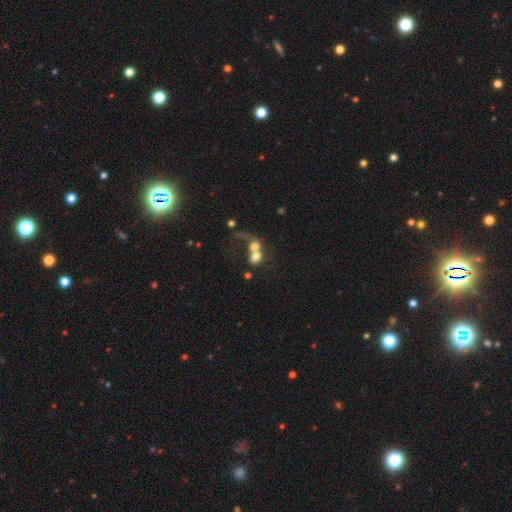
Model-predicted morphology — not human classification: Q: Smooth or featured?
A: smooth (58%); runner-up: featured or disk (30%)
Q: How rounded?
A: round (57%); runner-up: in between (41%)
Q: Merging?
A: merger (71%); runner-up: none (12%)